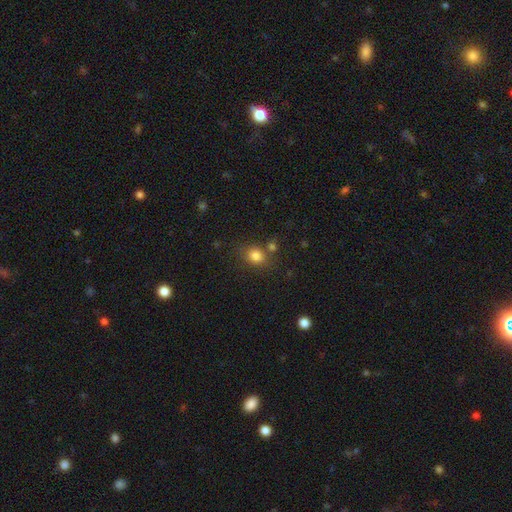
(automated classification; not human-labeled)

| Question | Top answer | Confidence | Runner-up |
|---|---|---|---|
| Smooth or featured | smooth | 81% | star or artifact (12%) |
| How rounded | round | 63% | in between (36%) |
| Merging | none | 69% | merger (14%) |